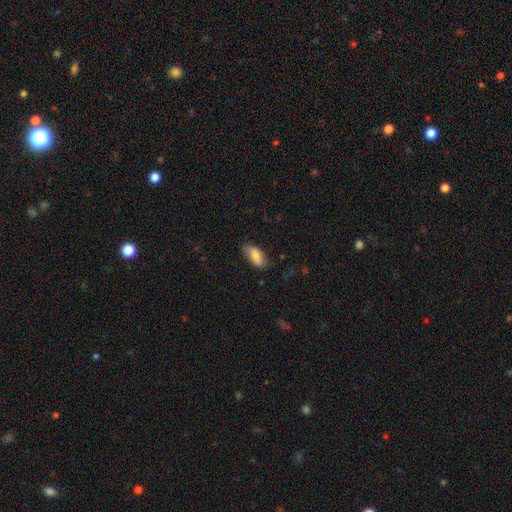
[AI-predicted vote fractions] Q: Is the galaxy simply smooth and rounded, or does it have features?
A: smooth — 81%.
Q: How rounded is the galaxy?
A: in between — 88%.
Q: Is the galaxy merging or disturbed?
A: none — 73%.